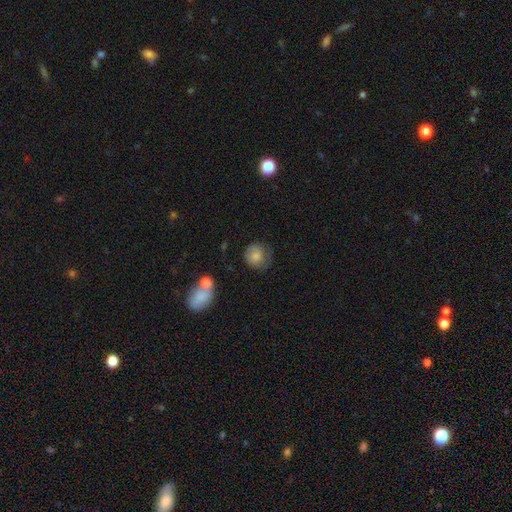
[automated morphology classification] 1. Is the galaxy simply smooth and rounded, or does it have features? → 79% smooth, 13% featured or disk, 8% star or artifact.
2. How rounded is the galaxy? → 83% round, 16% in between, 1% cigar-shaped.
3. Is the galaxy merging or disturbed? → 60% none, 26% minor disturbance, 11% major disturbance, 3% merger.